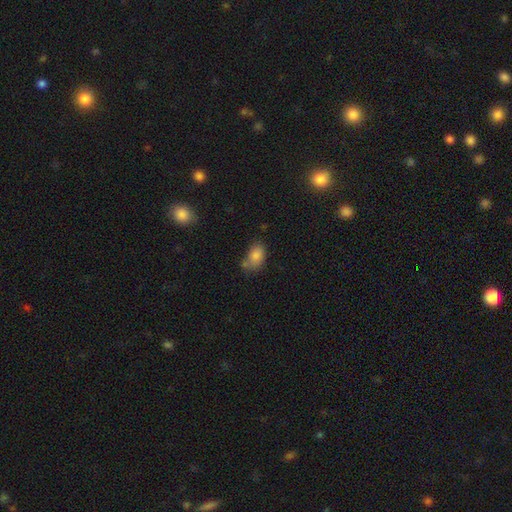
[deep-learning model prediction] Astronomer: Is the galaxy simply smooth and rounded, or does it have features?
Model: smooth — 83%.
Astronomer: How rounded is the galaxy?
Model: in between — 84%.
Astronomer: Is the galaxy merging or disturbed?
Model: none — 49%.